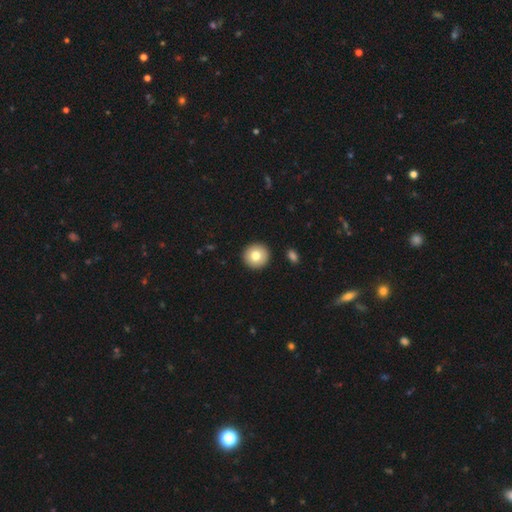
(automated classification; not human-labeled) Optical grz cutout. It shows a smooth galaxy with no disk features (78%) that is round (95%). Merging: none (93%).